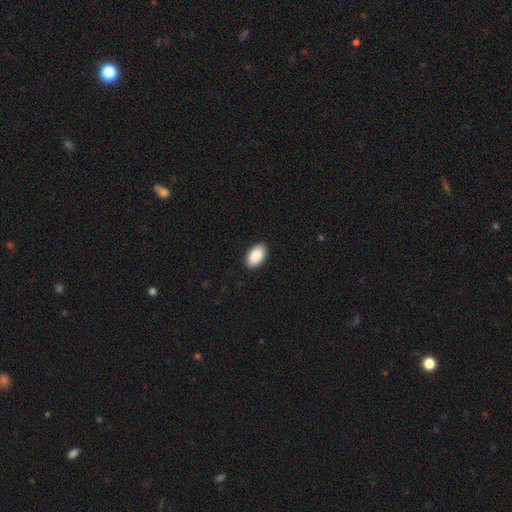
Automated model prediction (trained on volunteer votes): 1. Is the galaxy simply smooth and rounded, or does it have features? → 91% smooth, 6% star or artifact, 3% featured or disk.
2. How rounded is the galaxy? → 95% in between, 4% round, 1% cigar-shaped.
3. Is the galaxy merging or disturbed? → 90% none, 7% minor disturbance, 2% major disturbance, 1% merger.